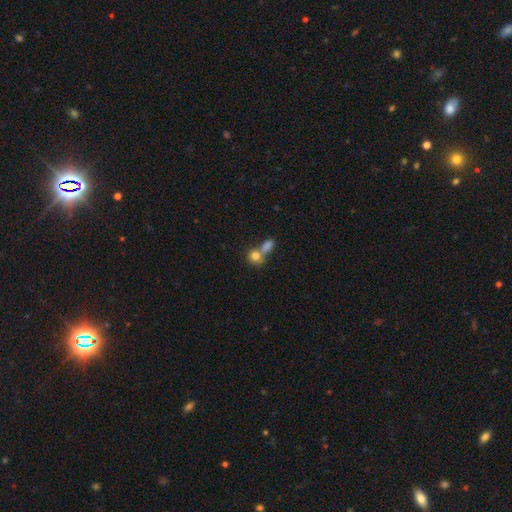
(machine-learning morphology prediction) Overall: smooth (79%). How rounded: round (71%). Merging: merger (55%; none 34%).